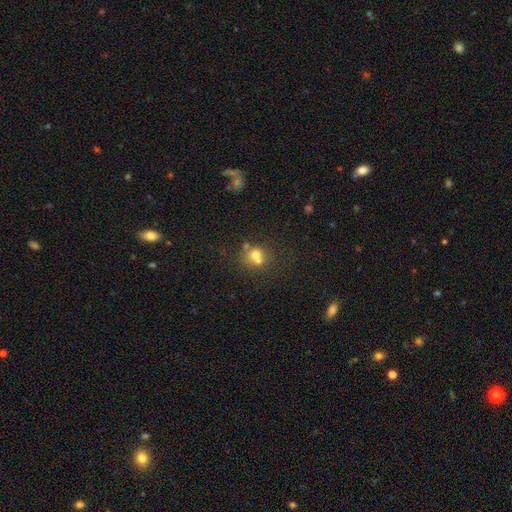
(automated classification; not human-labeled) Morphology: type=smooth (66%); roundness=round (82%); merging=merger (47%).